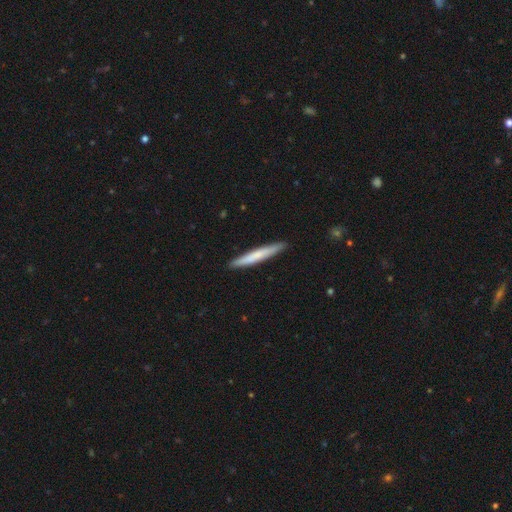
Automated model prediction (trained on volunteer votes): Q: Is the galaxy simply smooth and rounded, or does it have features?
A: smooth — 66%.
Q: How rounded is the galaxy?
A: cigar-shaped — 96%.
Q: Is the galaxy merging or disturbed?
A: none — 91%.